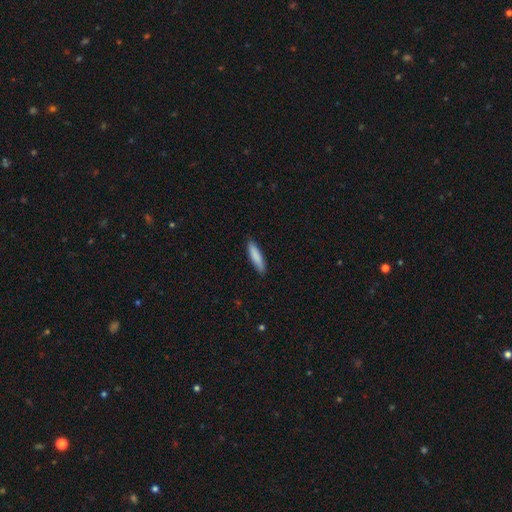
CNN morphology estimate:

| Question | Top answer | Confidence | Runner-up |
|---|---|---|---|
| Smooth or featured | smooth | 86% | featured or disk (8%) |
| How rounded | cigar-shaped | 81% | in between (18%) |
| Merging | none | 88% | minor disturbance (9%) |